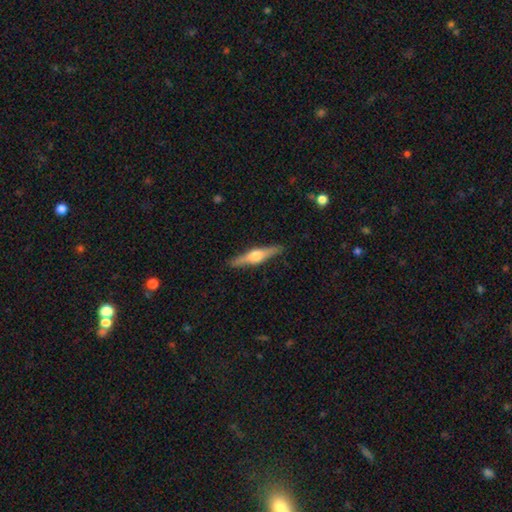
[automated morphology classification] A featured or disk galaxy (67%) viewed edge-on (97%) with a rounded central bulge (93%). Merging: none (89%).